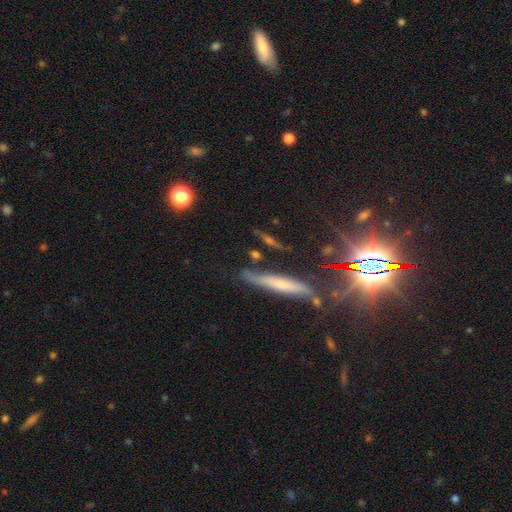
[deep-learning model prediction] This appears to be a featured or disk galaxy (38%, tied with smooth). Merging: none (73%).